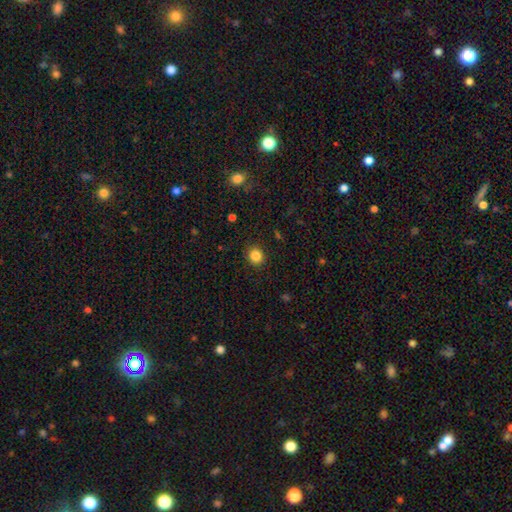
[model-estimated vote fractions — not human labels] Morphology: type=smooth (84%); roundness=round (84%); merging=none (90%).